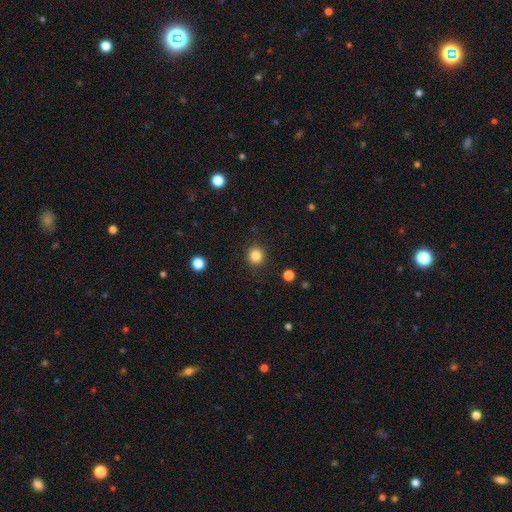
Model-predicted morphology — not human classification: smooth_or_featured: smooth (p=0.84) [alt: star or artifact p=0.11]
how_rounded: round (p=0.91) [alt: in between p=0.08]
merging: none (p=0.91) [alt: minor disturbance p=0.06]